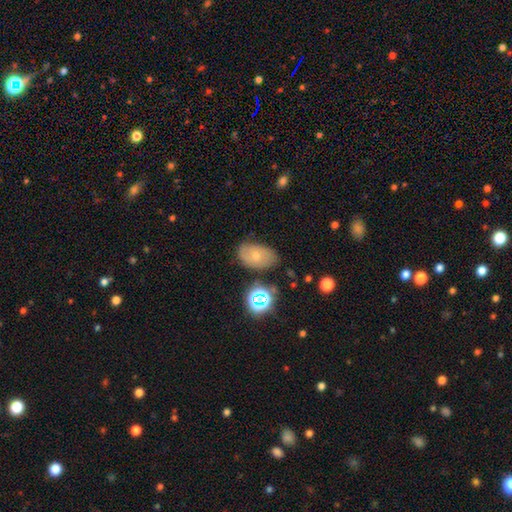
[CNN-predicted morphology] The model was most divided on "smooth or featured": smooth: 59%, featured or disk: 28%, star or artifact: 13%. More confident: how rounded — in between (84%); merging — none (65%).